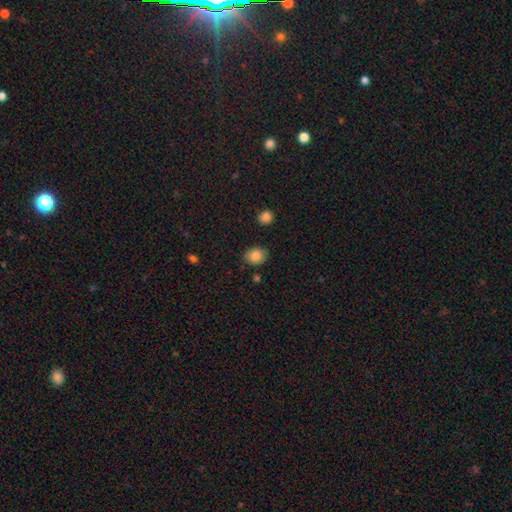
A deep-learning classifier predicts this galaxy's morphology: Overall: smooth (86%). How rounded: round (52%; in between 47%). Merging: none (81%).